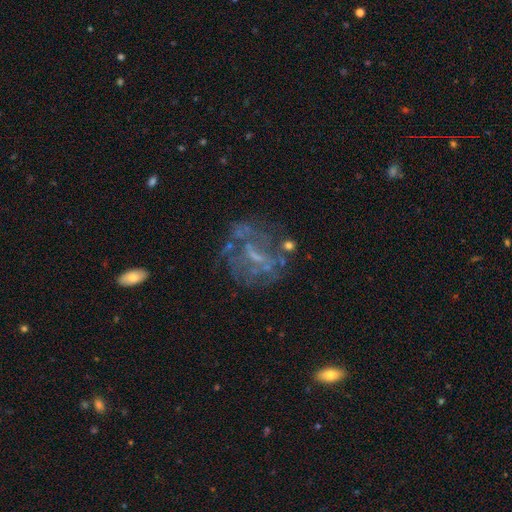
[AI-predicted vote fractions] Smooth or featured? Predicted: featured or disk (p=0.66). Edge-on disk? Predicted: no (p=0.96). Bar? Predicted: no (p=0.44). Spiral arms? Predicted: no (p=0.62). Bulge size? Predicted: small (p=0.44). Merging? Predicted: none (p=0.55).